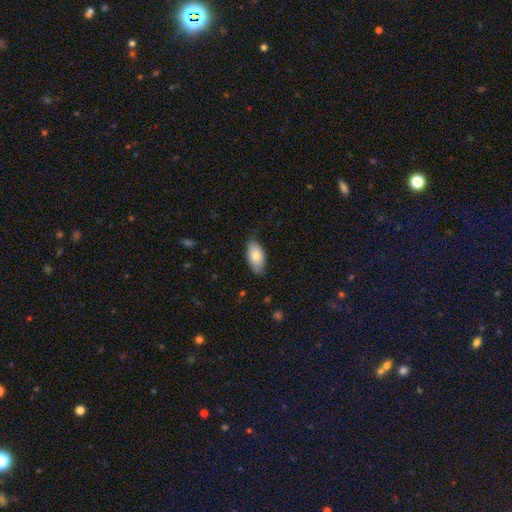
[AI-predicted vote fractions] Overall: smooth (78%). How rounded: in between (94%). Merging: none (79%).